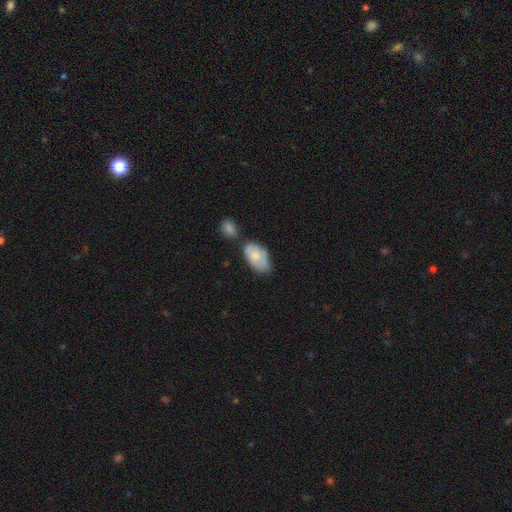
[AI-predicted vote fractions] This is likely a smooth galaxy (61%). How rounded: clearly in between (93%). Merging: possibly none (50%).